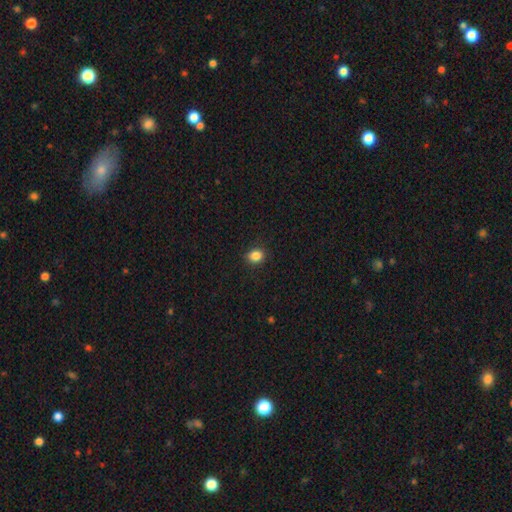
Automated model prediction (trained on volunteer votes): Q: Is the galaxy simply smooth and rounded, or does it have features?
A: smooth — 86%.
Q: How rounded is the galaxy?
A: round — 54%.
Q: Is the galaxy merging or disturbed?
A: none — 87%.